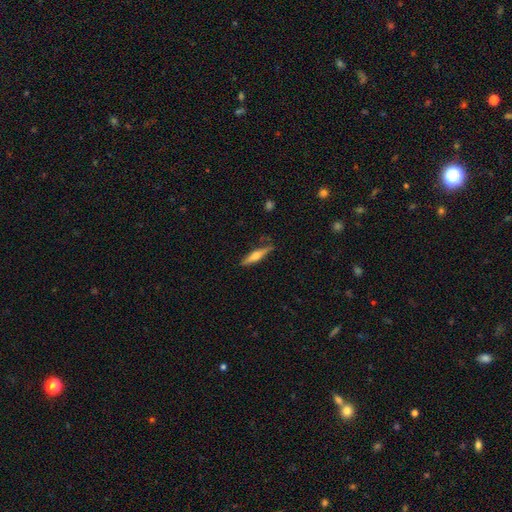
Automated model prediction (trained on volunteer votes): A featured or disk galaxy (57%) viewed edge-on (96%) with a rounded central bulge (89%). Merging: none (81%).